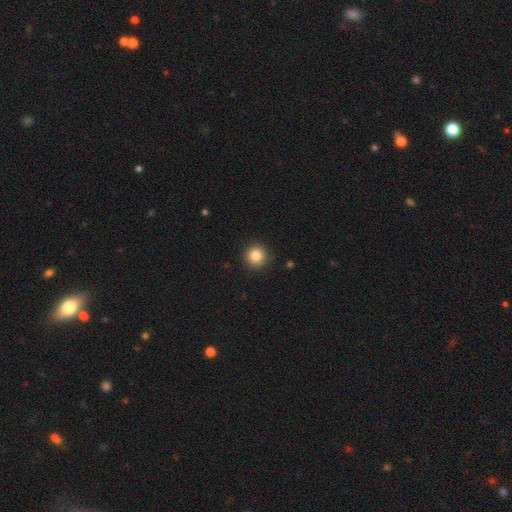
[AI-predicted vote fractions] smooth-or-featured: smooth: 85% | star or artifact: 10% | featured or disk: 5%
  how-rounded: round: 95% | in between: 4% | cigar-shaped: 1%
  merging: none: 91% | minor disturbance: 6% | major disturbance: 2% | merger: 1%